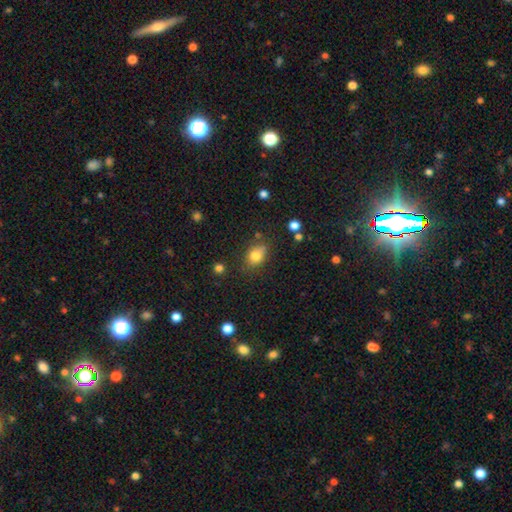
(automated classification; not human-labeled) Smooth or featured?
  - smooth: 80% *
  - star or artifact: 11%
  - featured or disk: 9%
How rounded?
  - in between: 67% *
  - round: 31%
  - cigar-shaped: 2%
Merging?
  - none: 70% *
  - minor disturbance: 20%
  - major disturbance: 5%
  - merger: 5%